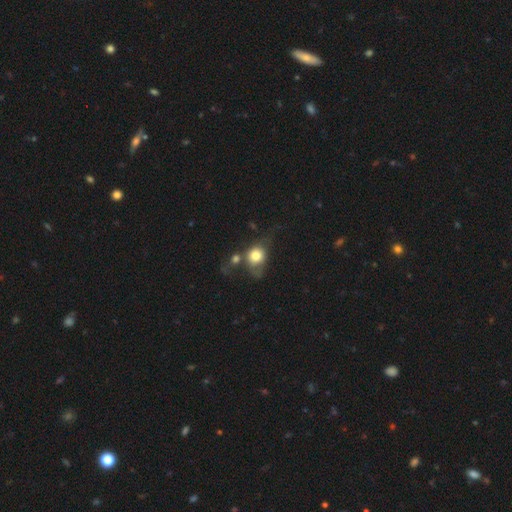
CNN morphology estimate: Smooth or featured?
  - smooth: 74% *
  - featured or disk: 16%
  - star or artifact: 10%
How rounded?
  - round: 71% *
  - in between: 28%
  - cigar-shaped: 1%
Merging?
  - none: 34% *
  - merger: 27%
  - minor disturbance: 20%
  - major disturbance: 19%